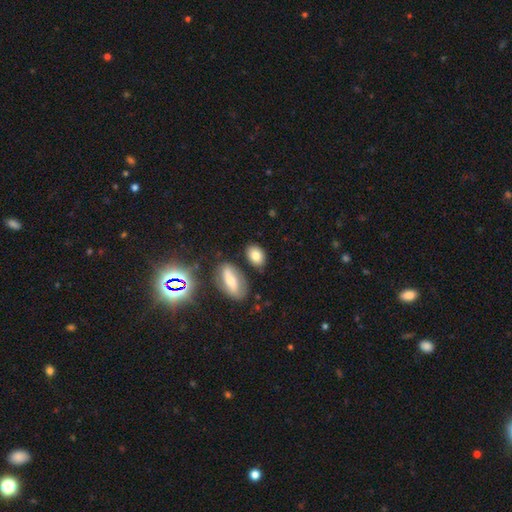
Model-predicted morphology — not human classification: A smooth galaxy with no disk features (78%) that is in between round and cigar-shaped (82%).

Vote fractions:
- Smooth or featured? smooth: 78% / featured or disk: 12% / star or artifact: 10%
- How rounded? in between: 82% / round: 16% / cigar-shaped: 2%
- Merging? none: 77% / minor disturbance: 12% / merger: 8% / major disturbance: 4%